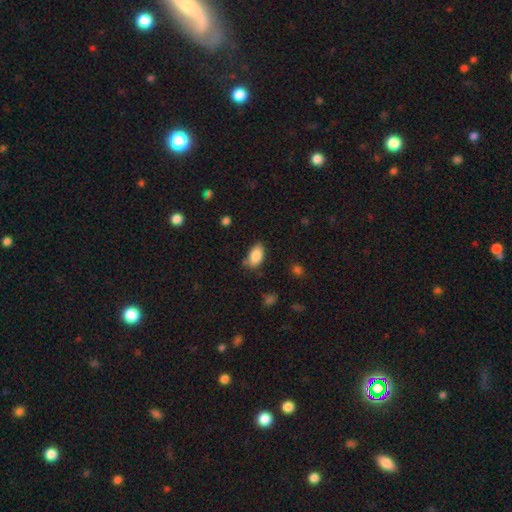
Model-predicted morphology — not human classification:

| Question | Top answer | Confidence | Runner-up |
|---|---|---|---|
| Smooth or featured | smooth | 86% | star or artifact (8%) |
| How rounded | in between | 92% | round (6%) |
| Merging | none | 66% | minor disturbance (25%) |